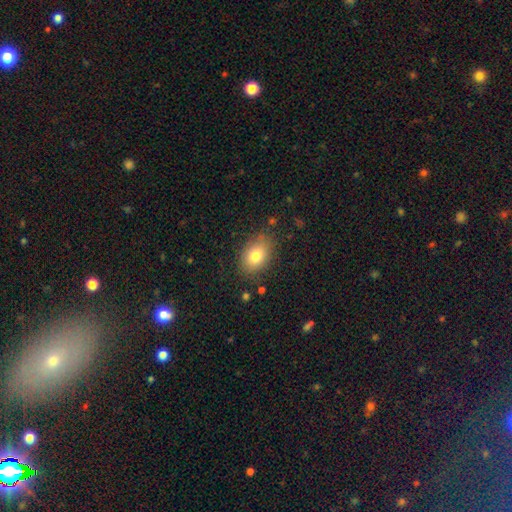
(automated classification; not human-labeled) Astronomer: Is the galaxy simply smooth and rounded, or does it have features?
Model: smooth — 81%.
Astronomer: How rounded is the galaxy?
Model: in between — 79%.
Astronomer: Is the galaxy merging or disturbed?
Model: none — 82%.